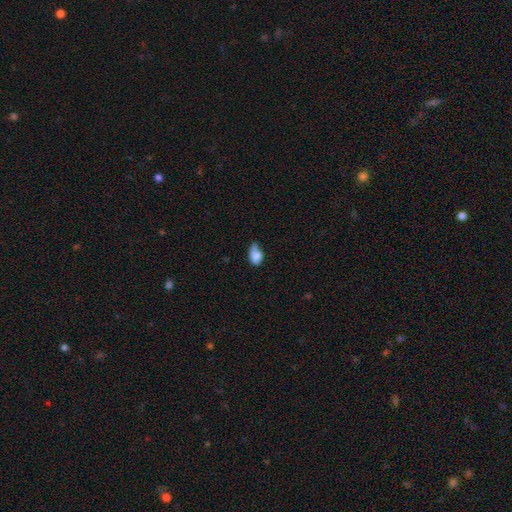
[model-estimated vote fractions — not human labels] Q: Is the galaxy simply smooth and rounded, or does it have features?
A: smooth — 78%.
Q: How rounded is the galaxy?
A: in between — 88%.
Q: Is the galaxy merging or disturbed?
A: minor disturbance — 41%.